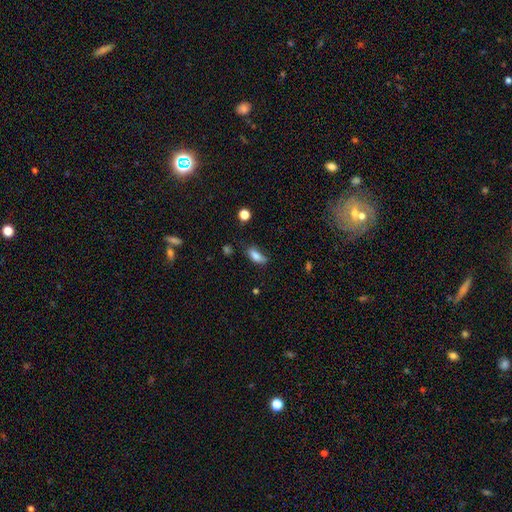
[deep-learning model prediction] smooth_or_featured: smooth (p=0.80) [alt: featured or disk p=0.10]
how_rounded: in between (p=0.81) [alt: cigar-shaped p=0.15]
merging: none (p=0.50) [alt: minor disturbance p=0.34]